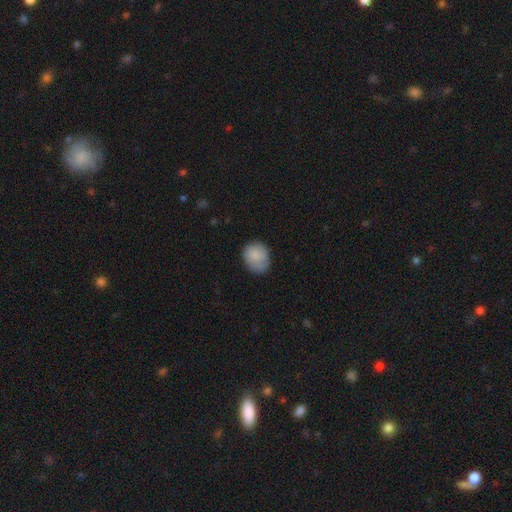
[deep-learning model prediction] Smooth or featured? Predicted: smooth (p=0.85). How rounded? Predicted: round (p=0.54). Merging? Predicted: none (p=0.68).